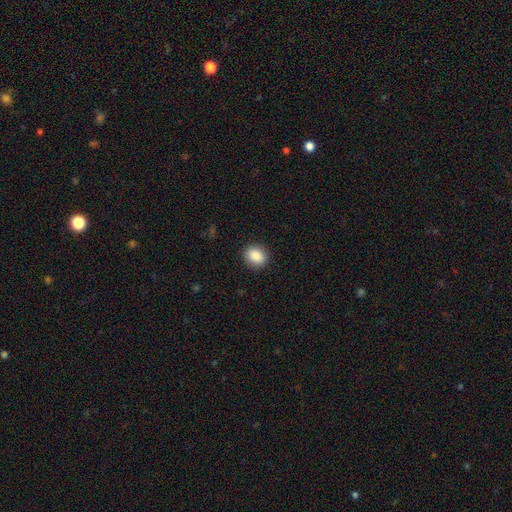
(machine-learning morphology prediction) A smooth galaxy with no disk features (88%) that is round (63%). Merging: none (89%).